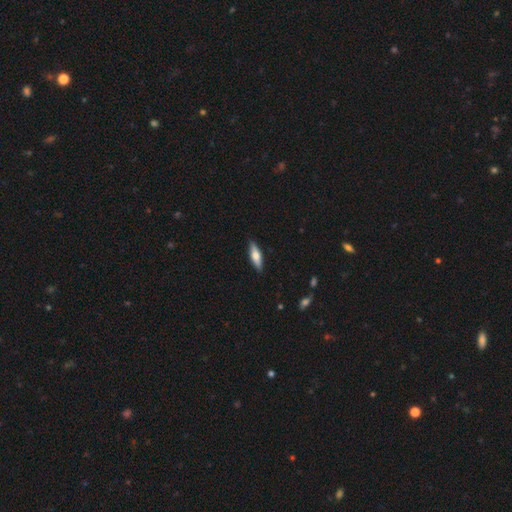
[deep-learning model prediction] This appears to be a smooth galaxy with no disk features (56%) that is cigar-shaped (56%). Merging: none (89%).